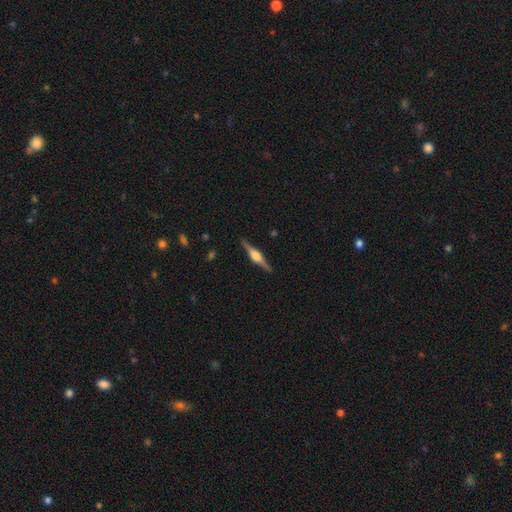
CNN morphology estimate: Smooth or featured? featured or disk (82%)
Edge-on disk? yes (98%)
Edge-on bulge? rounded (89%)
Merging? none (91%)